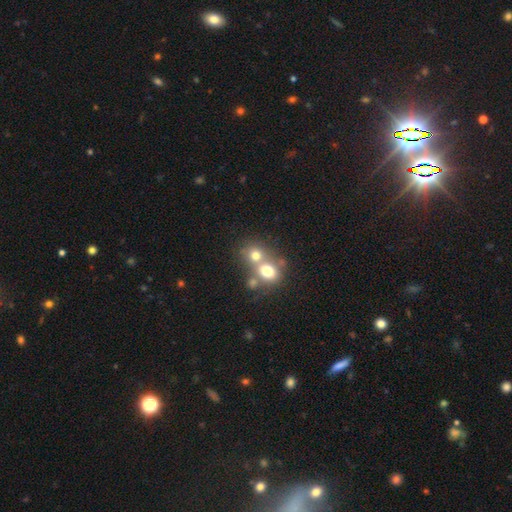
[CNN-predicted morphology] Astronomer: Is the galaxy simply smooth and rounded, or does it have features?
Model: smooth — 70%.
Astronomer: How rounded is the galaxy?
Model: round — 72%.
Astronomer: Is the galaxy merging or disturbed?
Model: merger — 58%.